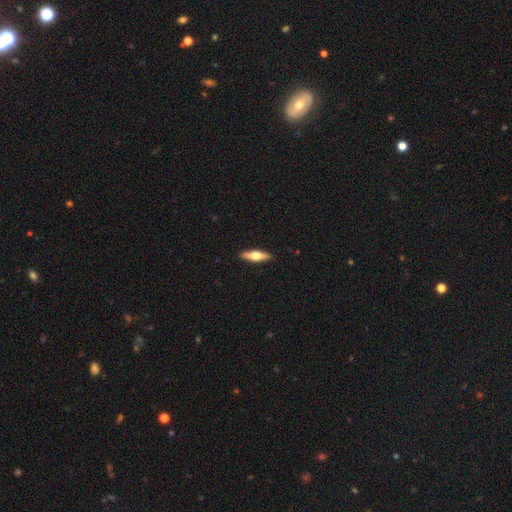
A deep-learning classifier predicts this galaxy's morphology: Smooth or featured: featured or disk — 56% (smooth — 38%)
Edge-on disk: yes — 95% (no — 5%)
Edge-on bulge: rounded — 95% (boxy — 3%)
Merging: none — 91% (minor disturbance — 7%)